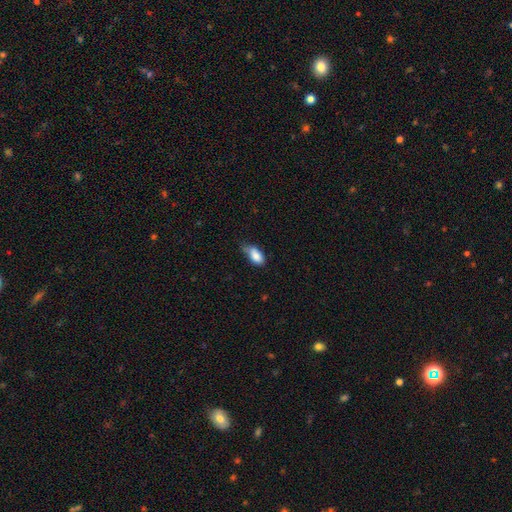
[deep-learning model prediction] smooth 84%, featured or disk 8%, star or artifact 8%. Down the decision tree: how rounded — in between (90%); merging — minor disturbance (43%).